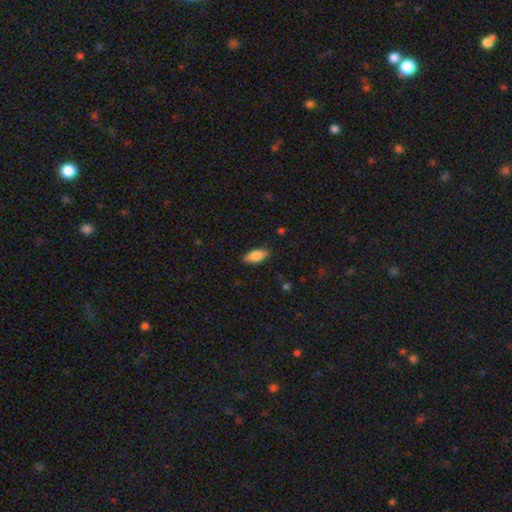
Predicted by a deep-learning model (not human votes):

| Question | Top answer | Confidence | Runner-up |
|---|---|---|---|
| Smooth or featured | smooth | 81% | featured or disk (13%) |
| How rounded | in between | 82% | cigar-shaped (15%) |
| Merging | none | 86% | minor disturbance (10%) |